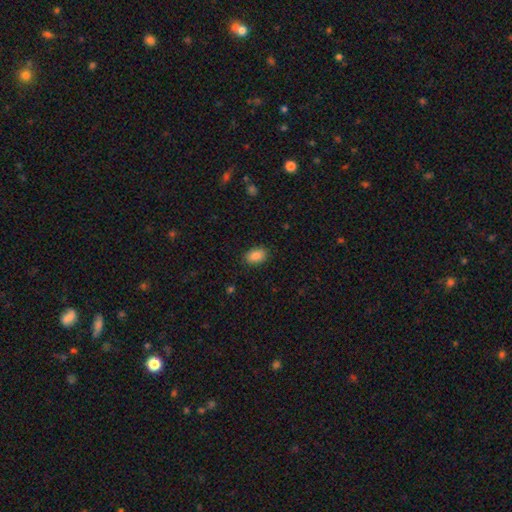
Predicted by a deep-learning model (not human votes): Morphology: type=smooth (88%); roundness=in between (87%); merging=none (87%).